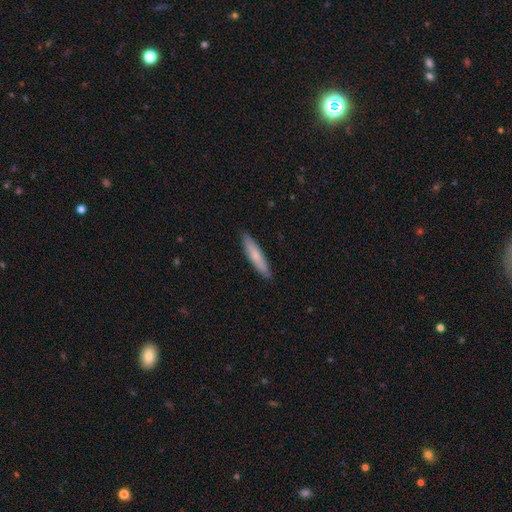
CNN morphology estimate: Smooth or featured: smooth — 73% (featured or disk — 21%)
How rounded: cigar-shaped — 88% (in between — 11%)
Merging: none — 88% (minor disturbance — 9%)